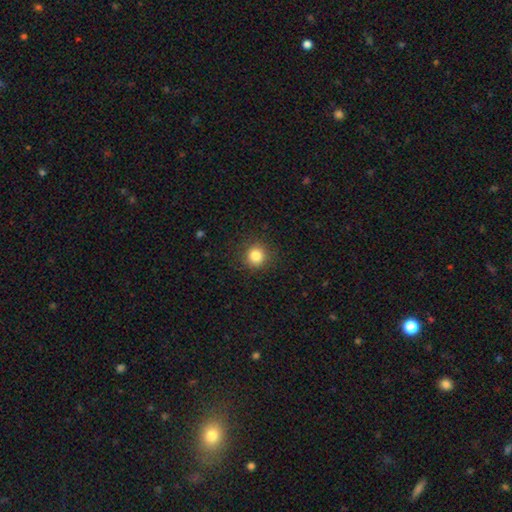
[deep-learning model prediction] Q: Smooth or featured?
A: smooth (83%); runner-up: star or artifact (12%)
Q: How rounded?
A: round (93%); runner-up: in between (6%)
Q: Merging?
A: none (89%); runner-up: minor disturbance (7%)